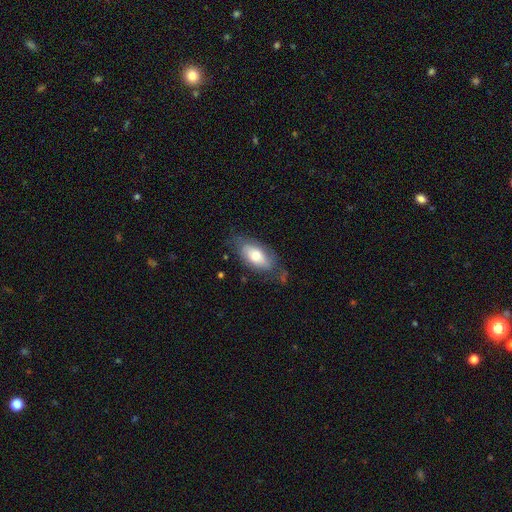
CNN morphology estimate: smooth_or_featured: smooth (p=0.64) [alt: featured or disk p=0.29]
how_rounded: in between (p=0.89) [alt: cigar-shaped p=0.07]
merging: none (p=0.60) [alt: minor disturbance p=0.27]